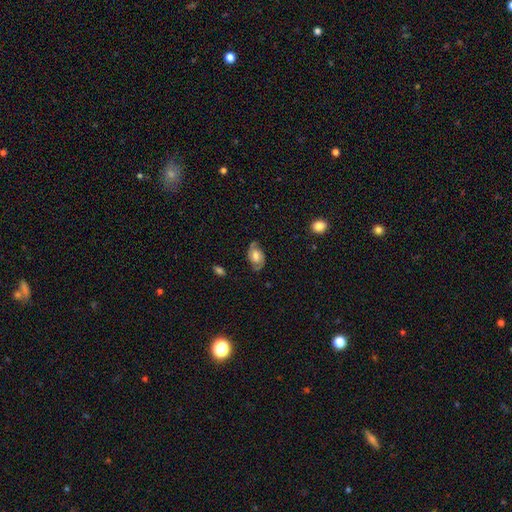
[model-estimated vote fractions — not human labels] This appears to be a featured or disk galaxy (67%) with no bar (58%), 2 (88%) medium (47%) spiral arms (90%) and a moderate central bulge (51%). Merging: none (72%).